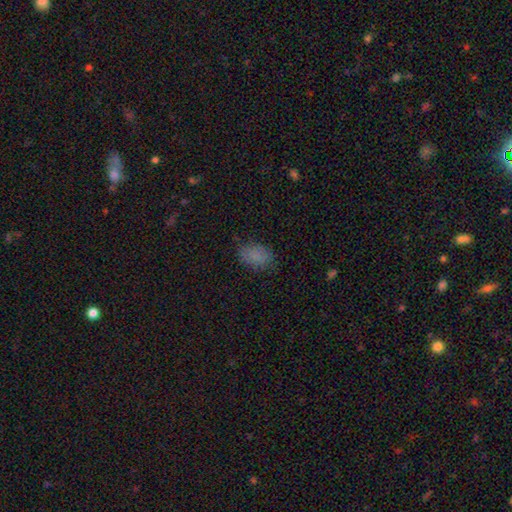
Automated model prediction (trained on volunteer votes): Smooth or featured? Predicted: smooth (p=0.82). How rounded? Predicted: in between (p=0.88). Merging? Predicted: none (p=0.76).